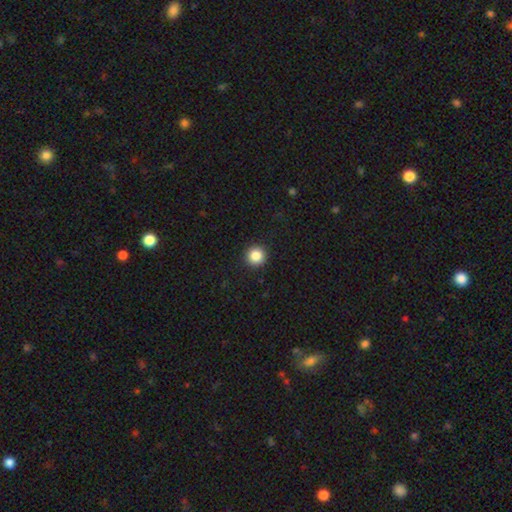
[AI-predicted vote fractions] A smooth galaxy with no disk features (86%) that is round (95%). Merging: none (93%).